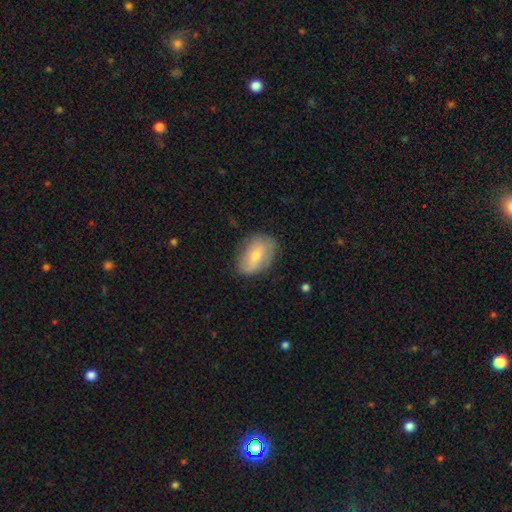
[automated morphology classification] smooth_or_featured: smooth (p=0.58) [alt: featured or disk p=0.35]
how_rounded: in between (p=0.87) [alt: round p=0.11]
merging: none (p=0.73) [alt: minor disturbance p=0.20]